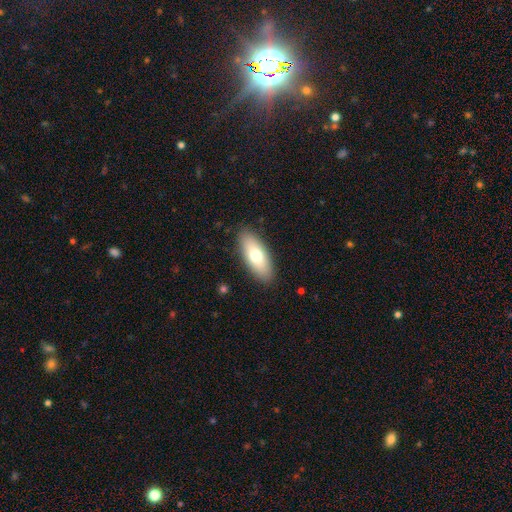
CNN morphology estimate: Smooth or featured: smooth — 70% (featured or disk — 23%)
How rounded: in between — 79% (cigar-shaped — 19%)
Merging: none — 88% (minor disturbance — 9%)